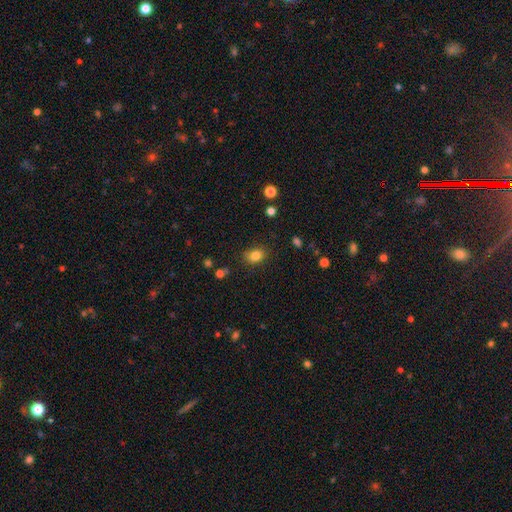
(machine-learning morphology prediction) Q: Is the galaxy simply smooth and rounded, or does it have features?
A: smooth — 82%.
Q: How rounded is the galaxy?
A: in between — 60%.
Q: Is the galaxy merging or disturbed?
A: none — 80%.